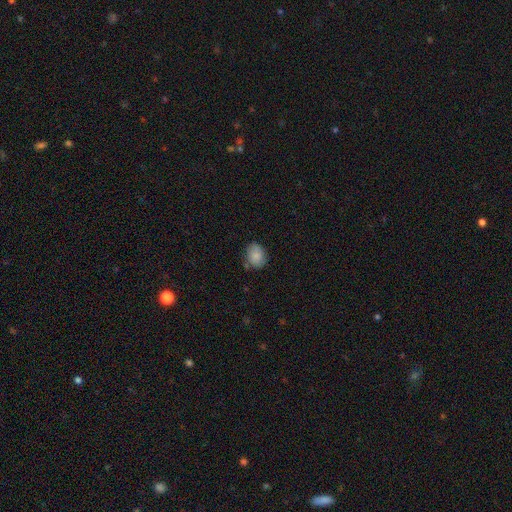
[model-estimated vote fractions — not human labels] Morphology: type=smooth (82%); roundness=in between (56%); merging=none (69%).